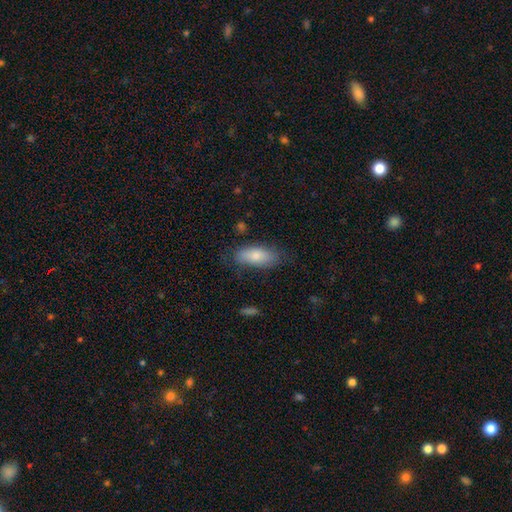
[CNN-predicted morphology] Q: Smooth or featured?
A: smooth (79%); runner-up: featured or disk (14%)
Q: How rounded?
A: in between (83%); runner-up: cigar-shaped (14%)
Q: Merging?
A: none (72%); runner-up: minor disturbance (20%)